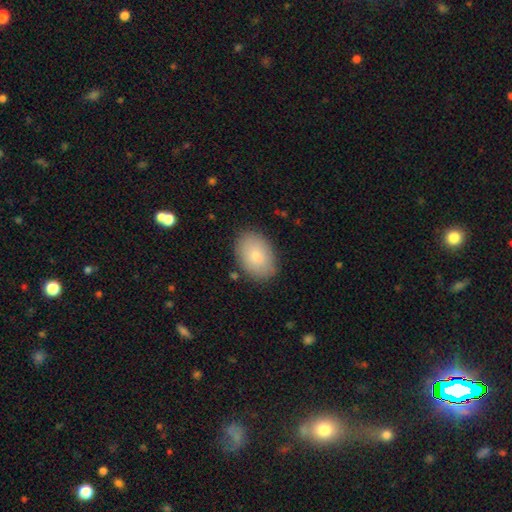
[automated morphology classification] A smooth galaxy with no disk features (83%) that is in between round and cigar-shaped (89%). Merging: none (83%).